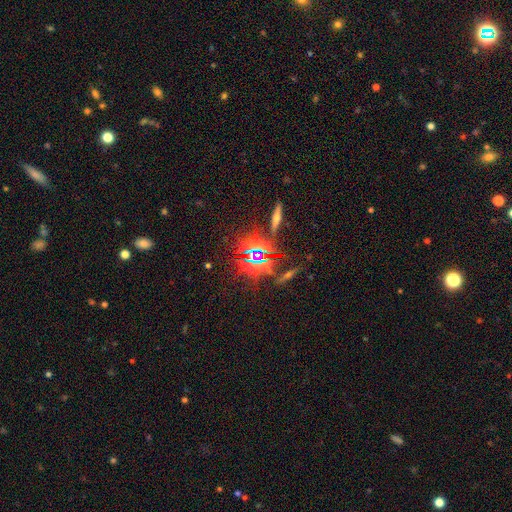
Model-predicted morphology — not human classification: Smooth or featured? star or artifact (73%)